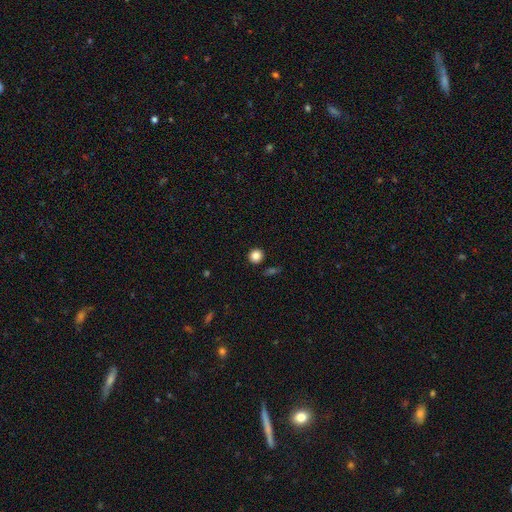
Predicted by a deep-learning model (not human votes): This appears to be a smooth galaxy with no disk features (84%) that is round (92%). Merging: none (89%).